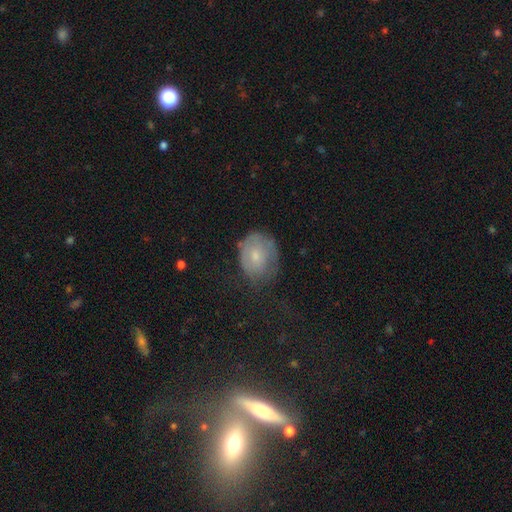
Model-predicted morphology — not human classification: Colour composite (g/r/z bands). It shows a smooth galaxy with no disk features (58%) that is round (55%). Merging: none (53%).